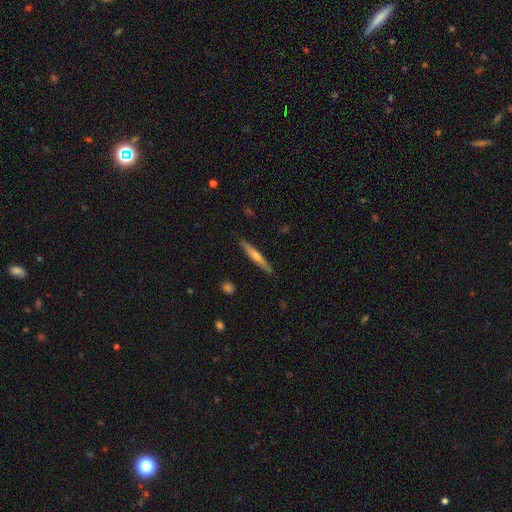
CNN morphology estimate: Overall: featured or disk (62%; smooth 31%). Edge-on disk: yes (97%). Edge-on bulge: rounded (76%). Merging: none (90%).